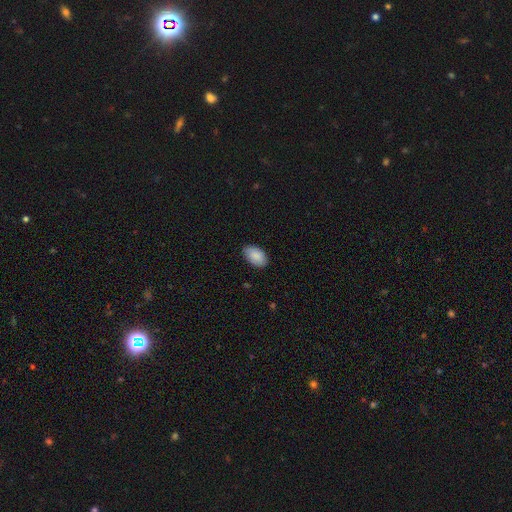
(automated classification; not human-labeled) smooth 88%, star or artifact 6%, featured or disk 6%. Down the decision tree: how rounded — in between (93%); merging — none (82%).